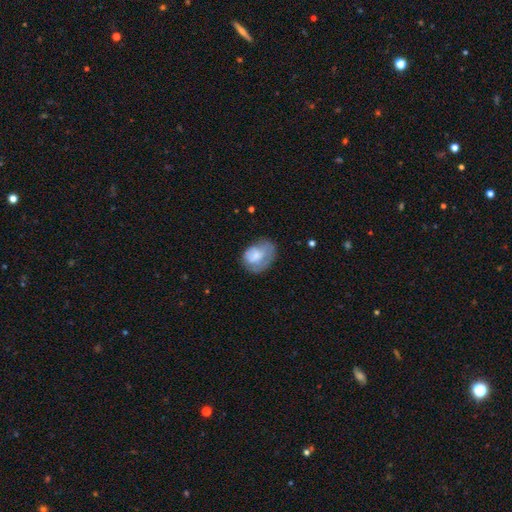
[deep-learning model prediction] smooth_or_featured: smooth (p=0.63) [alt: featured or disk p=0.29]
how_rounded: in between (p=0.66) [alt: round p=0.33]
merging: none (p=0.43) [alt: minor disturbance p=0.32]